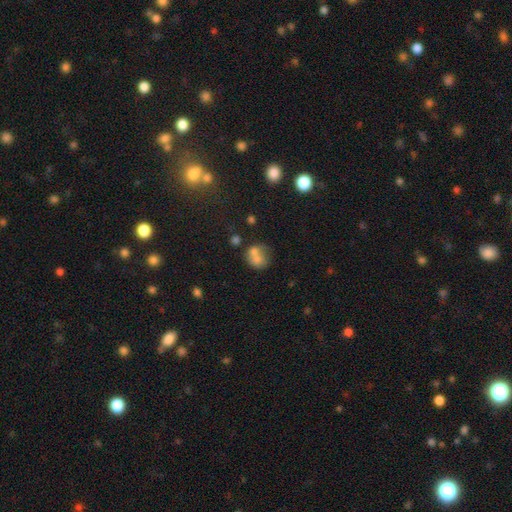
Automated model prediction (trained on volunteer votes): Morphology: type=smooth (68%); roundness=round (67%); merging=merger (48%).